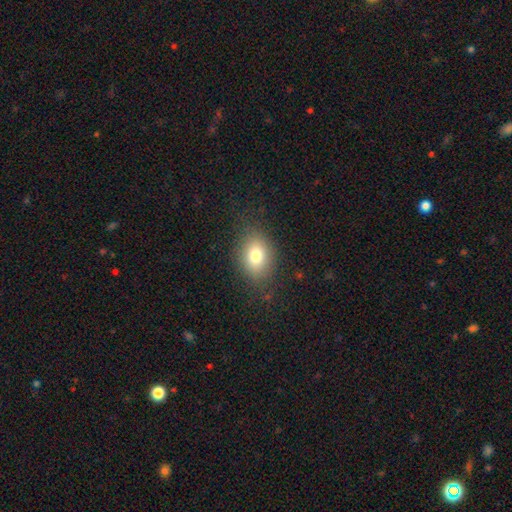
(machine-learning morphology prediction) Overall: smooth (77%). How rounded: in between (66%; round 32%). Merging: none (80%).